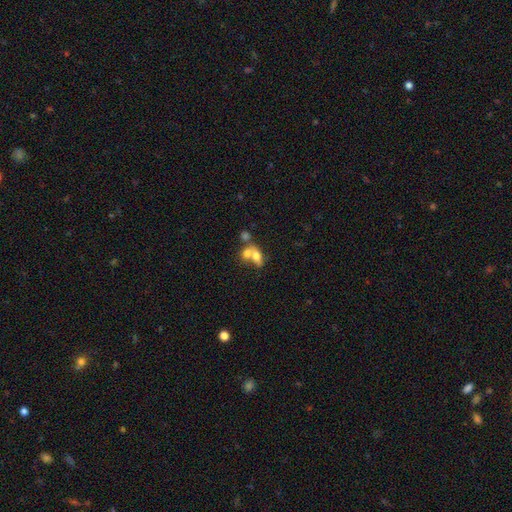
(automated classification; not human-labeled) Q: Smooth or featured?
A: smooth (67%); runner-up: featured or disk (23%)
Q: How rounded?
A: in between (73%); runner-up: round (22%)
Q: Merging?
A: merger (63%); runner-up: none (24%)